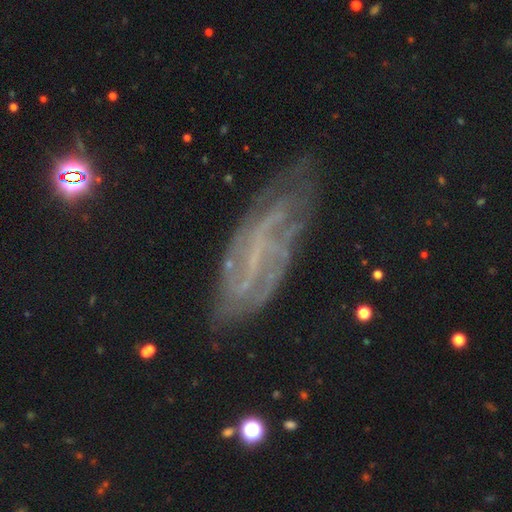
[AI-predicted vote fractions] Smooth or featured? featured or disk (72%)
Edge-on disk? no (88%)
Bar? no (37%)
Spiral arms? yes (82%)
Spiral winding? tight (42%)
Spiral arm count? can't tell (40%)
Bulge size? none (59%)
Merging? none (63%)